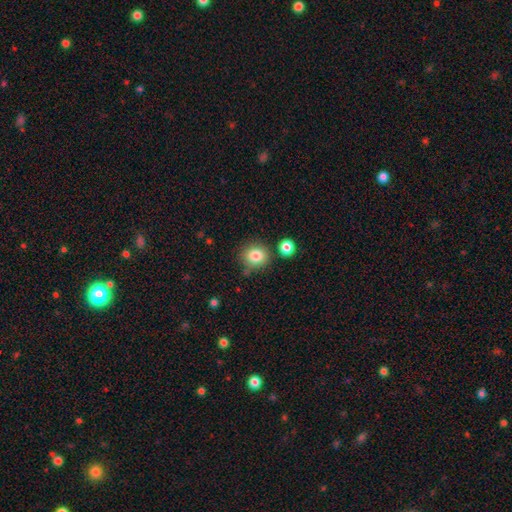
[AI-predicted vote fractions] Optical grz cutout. It shows a smooth galaxy with no disk features (83%) that is round (84%). Merging: none (76%).